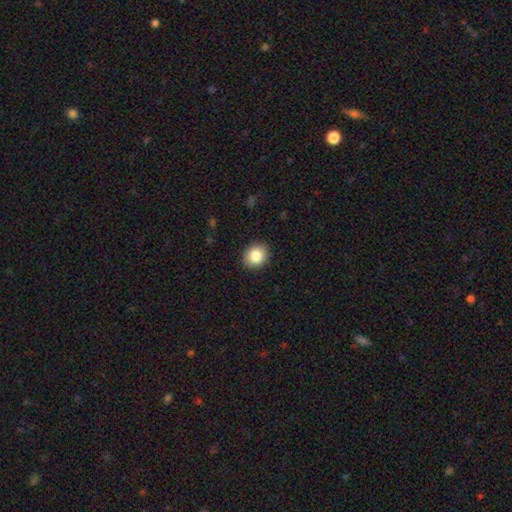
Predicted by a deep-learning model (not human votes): Q: Smooth or featured?
A: smooth (84%); runner-up: star or artifact (9%)
Q: How rounded?
A: round (76%); runner-up: in between (23%)
Q: Merging?
A: none (91%); runner-up: minor disturbance (7%)